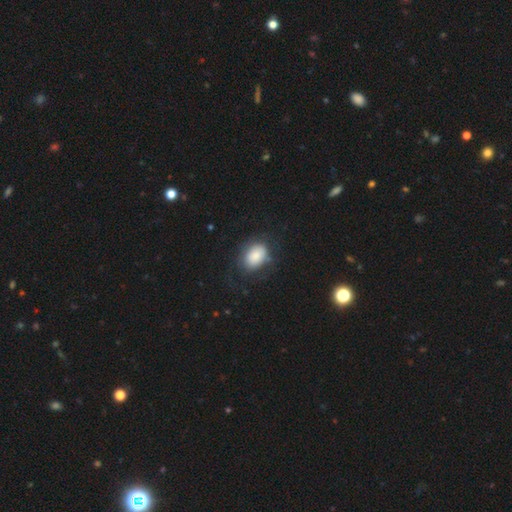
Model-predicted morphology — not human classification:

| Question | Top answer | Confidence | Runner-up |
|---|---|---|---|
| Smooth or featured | smooth | 81% | featured or disk (11%) |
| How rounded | in between | 75% | round (24%) |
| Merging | none | 66% | minor disturbance (20%) |